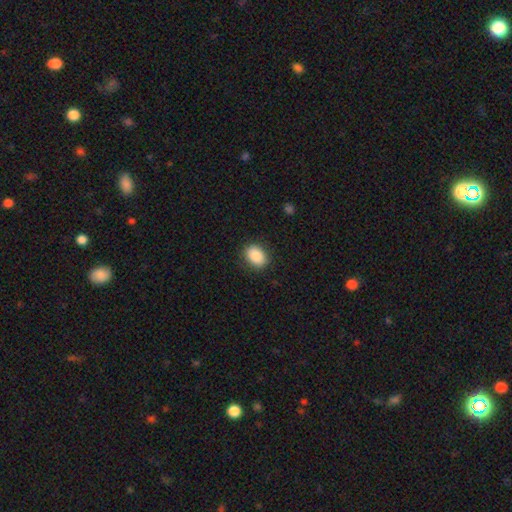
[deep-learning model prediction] This appears to be a smooth galaxy with no disk features (87%) that is in between round and cigar-shaped (69%). Merging: none (86%).